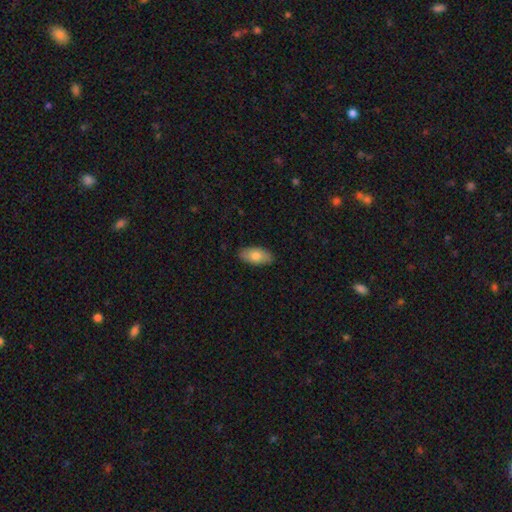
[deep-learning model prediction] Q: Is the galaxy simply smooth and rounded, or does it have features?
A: smooth — 78%.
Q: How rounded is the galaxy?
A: in between — 91%.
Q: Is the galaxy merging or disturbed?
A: none — 88%.